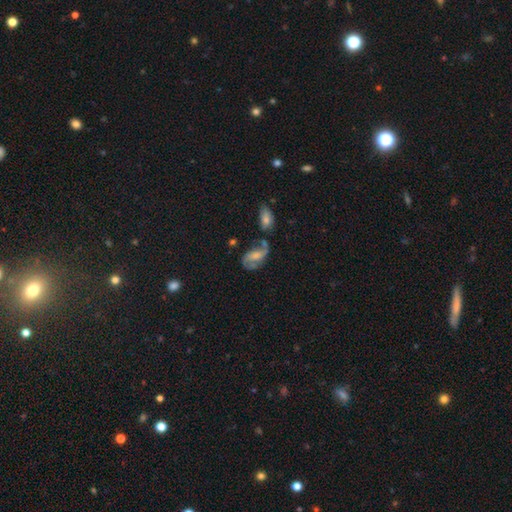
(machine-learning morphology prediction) smooth-or-featured: featured or disk: 64% | smooth: 28% | star or artifact: 9%
  disk-edge-on: no: 96% | yes: 4%
    bar: weak: 42% | no: 41% | strong: 17%
    has-spiral-arms: yes: 83% | no: 17%
      spiral-winding: loose: 53% | medium: 36% | tight: 11%
      spiral-arm-count: 2: 81% | can't tell: 8% | 1: 6% | 3: 2% | 4: 1% | more than 4: 1%
    bulge-size: moderate: 36% | small: 29% | none: 22% | large: 12% | dominant: 2%
  merging: none: 43% | minor disturbance: 22% | major disturbance: 19% | merger: 16%